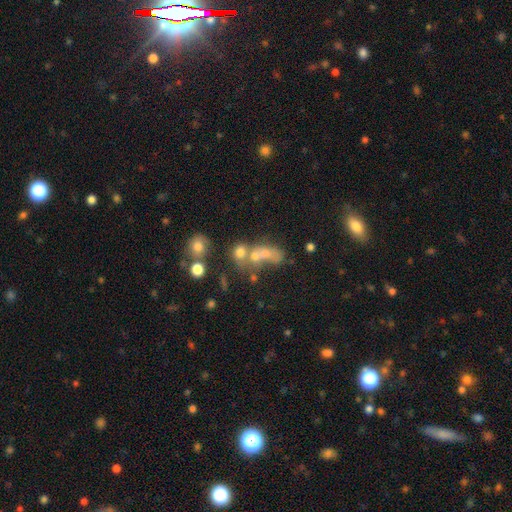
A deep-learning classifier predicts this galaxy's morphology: A smooth galaxy with no disk features (56%) that is in between round and cigar-shaped (55%).

Vote fractions:
- Smooth or featured? smooth: 56% / featured or disk: 26% / star or artifact: 18%
- How rounded? in between: 55% / round: 39% / cigar-shaped: 7%
- Merging? merger: 57% / none: 20% / major disturbance: 14% / minor disturbance: 9%